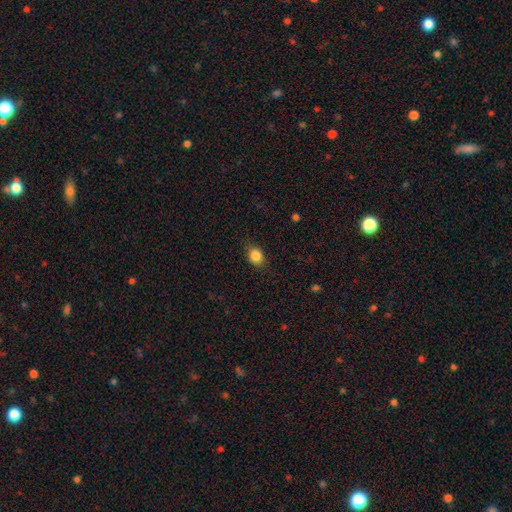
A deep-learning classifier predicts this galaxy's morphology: The model was most divided on "how rounded": round: 58%, in between: 41%, cigar-shaped: 1%. More confident: smooth or featured — smooth (85%); merging — none (81%).